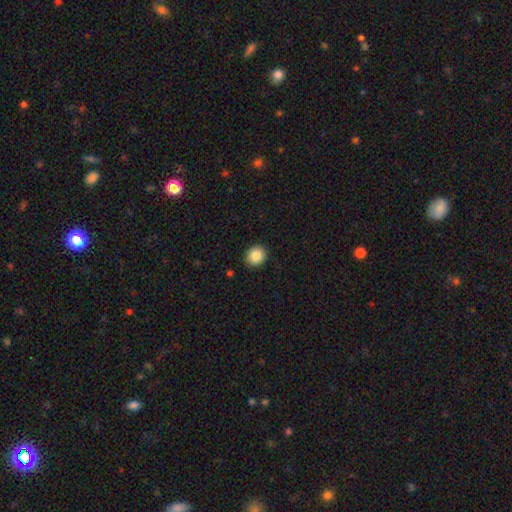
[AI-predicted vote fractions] This appears to be a smooth galaxy with no disk features (86%) that is round (74%). Merging: none (90%).